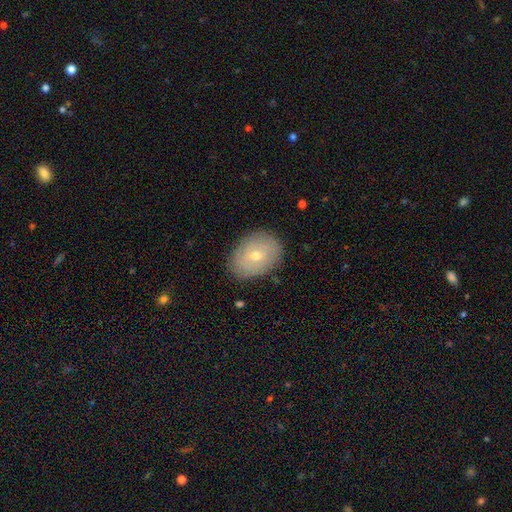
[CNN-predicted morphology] This appears to be a featured or disk galaxy (47%). Merging: none (83%).